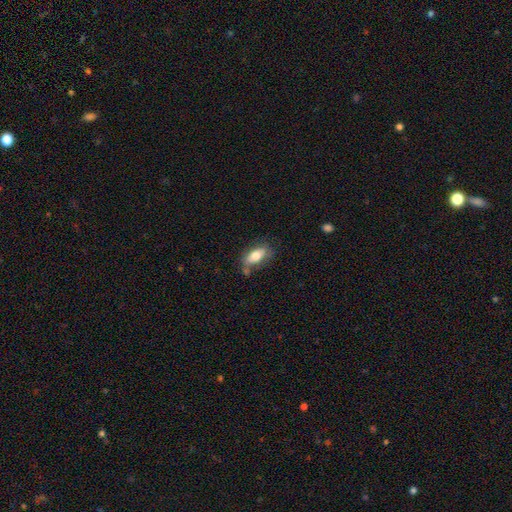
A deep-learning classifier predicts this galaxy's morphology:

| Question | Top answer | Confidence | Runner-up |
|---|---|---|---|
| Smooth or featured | smooth | 71% | featured or disk (22%) |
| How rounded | in between | 83% | cigar-shaped (13%) |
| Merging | none | 62% | minor disturbance (22%) |